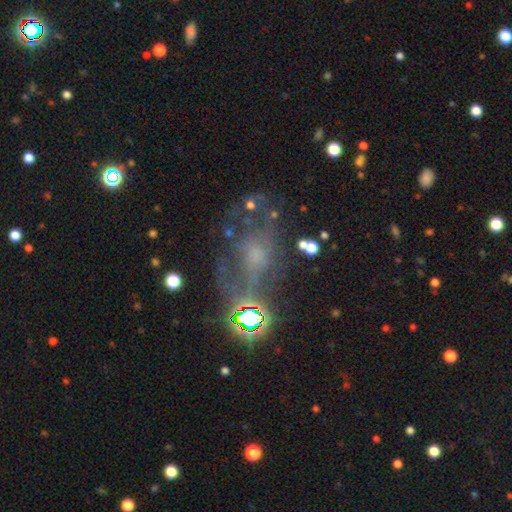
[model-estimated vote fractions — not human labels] This appears to be a featured or disk galaxy (46%). Merging: none (44%).